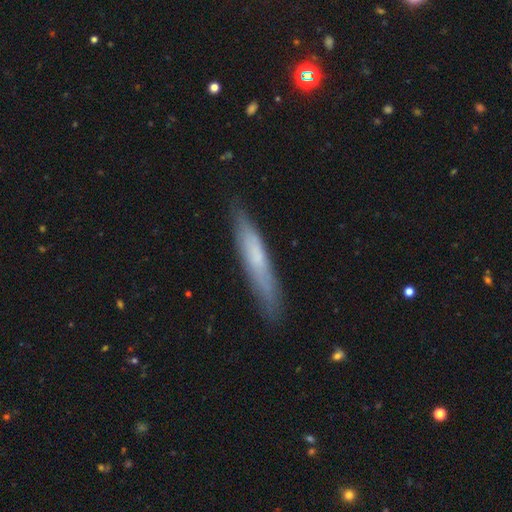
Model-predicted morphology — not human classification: Smooth or featured: smooth — 57% (featured or disk — 36%)
How rounded: cigar-shaped — 92% (in between — 6%)
Merging: none — 84% (minor disturbance — 12%)